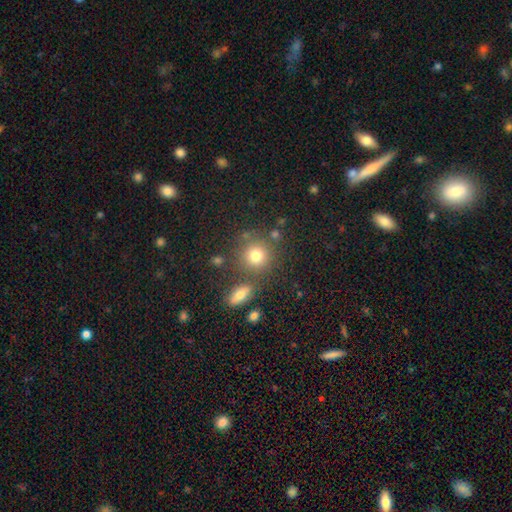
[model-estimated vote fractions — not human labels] The model was most divided on "merging": none: 72%, merger: 13%, minor disturbance: 11%, major disturbance: 4%. More confident: how rounded — round (87%); smooth or featured — smooth (77%).